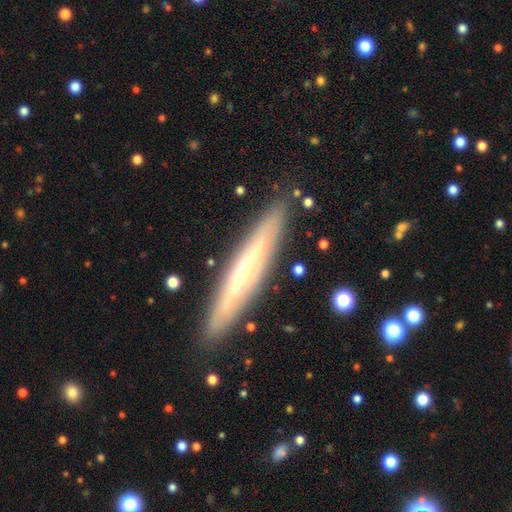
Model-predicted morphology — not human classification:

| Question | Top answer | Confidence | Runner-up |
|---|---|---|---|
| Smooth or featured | featured or disk | 57% | smooth (36%) |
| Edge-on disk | yes | 84% | no (16%) |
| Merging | none | 86% | minor disturbance (9%) |